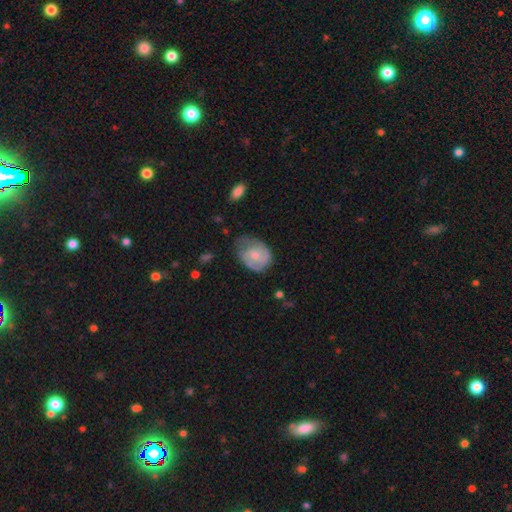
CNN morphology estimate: Smooth or featured? Predicted: featured or disk (p=0.60). Edge-on disk? Predicted: no (p=0.97). Bar? Predicted: no (p=0.66). Spiral arms? Predicted: yes (p=0.81). Bulge size? Predicted: moderate (p=0.44). Merging? Predicted: none (p=0.49).